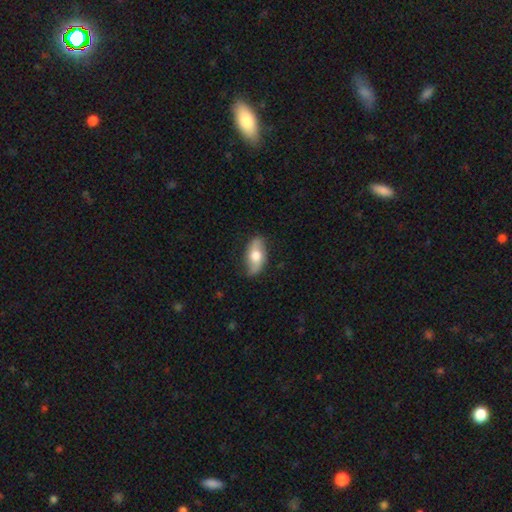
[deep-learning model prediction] This appears to be a smooth galaxy with no disk features (53%) that is in between round and cigar-shaped (88%). Merging: none (79%).